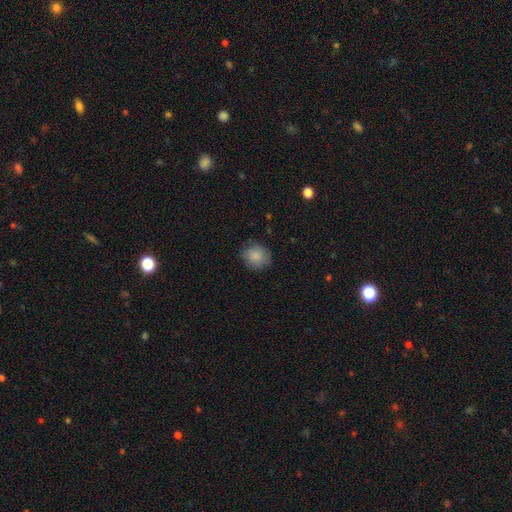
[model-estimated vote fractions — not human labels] smooth 86%, star or artifact 7%, featured or disk 6%. Down the decision tree: how rounded — round (81%); merging — none (81%).